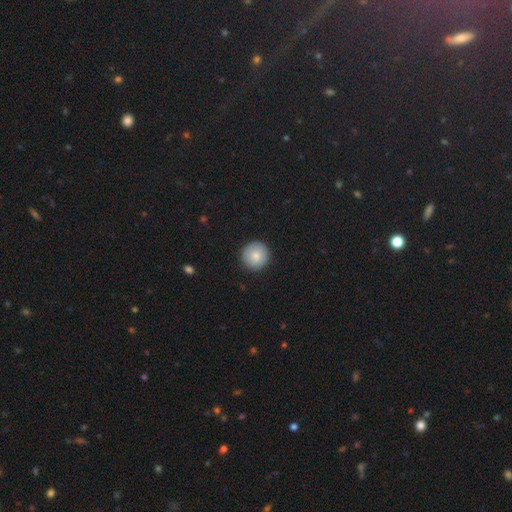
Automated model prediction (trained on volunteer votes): smooth-or-featured: smooth: 82% | featured or disk: 11% | star or artifact: 7%
  how-rounded: round: 95% | in between: 4% | cigar-shaped: 1%
  merging: none: 92% | minor disturbance: 6% | major disturbance: 2% | merger: 1%